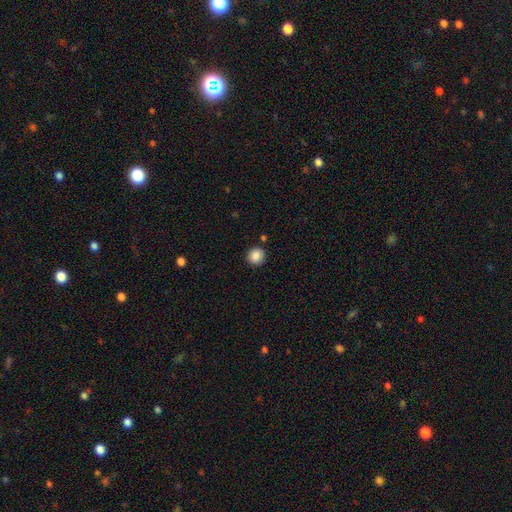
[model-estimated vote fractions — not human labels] Q: Smooth or featured?
A: smooth (87%); runner-up: star or artifact (9%)
Q: How rounded?
A: round (90%); runner-up: in between (9%)
Q: Merging?
A: none (89%); runner-up: minor disturbance (7%)